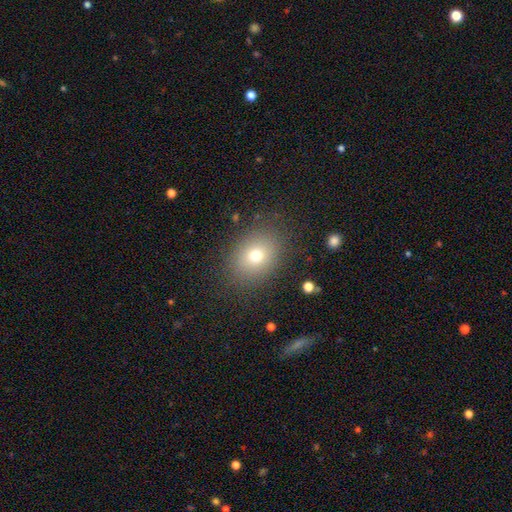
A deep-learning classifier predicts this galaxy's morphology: type=smooth (71%); roundness=in between (52%); merging=none (83%).